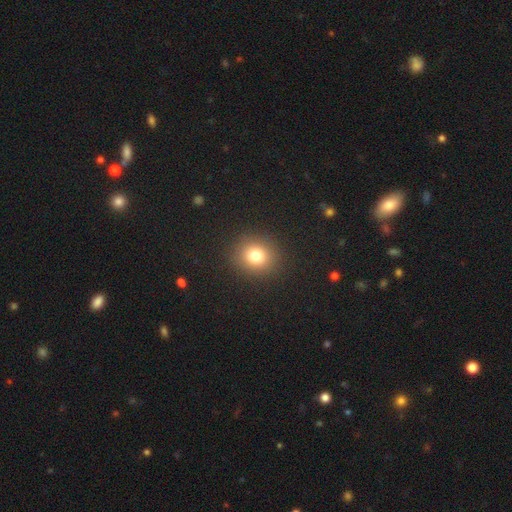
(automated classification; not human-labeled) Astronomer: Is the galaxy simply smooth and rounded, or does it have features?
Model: smooth — 78%.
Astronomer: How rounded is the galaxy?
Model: round — 83%.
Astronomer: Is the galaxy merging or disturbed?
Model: none — 90%.